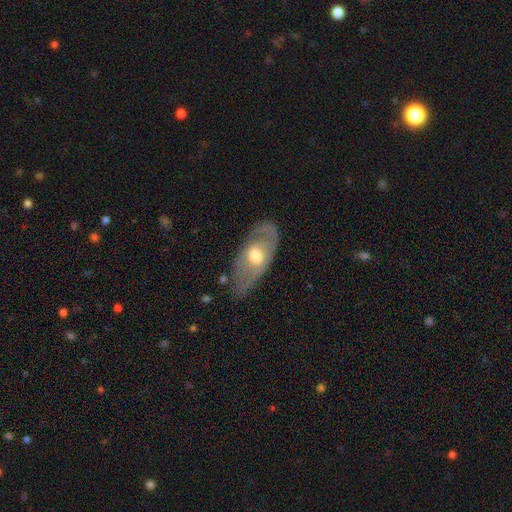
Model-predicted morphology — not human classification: featured or disk 56%, smooth 38%, star or artifact 5%. Down the decision tree: edge-on disk — no (82%); merging — none (64%).